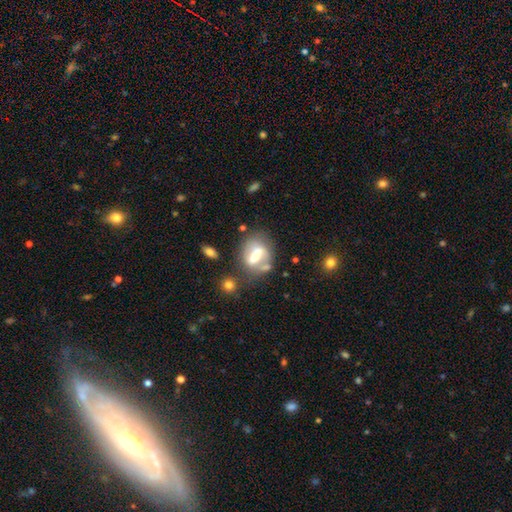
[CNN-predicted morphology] The model was most divided on "smooth or featured": featured or disk: 51%, smooth: 41%, star or artifact: 9%. More confident: edge-on disk — no (88%); merging — none (52%).